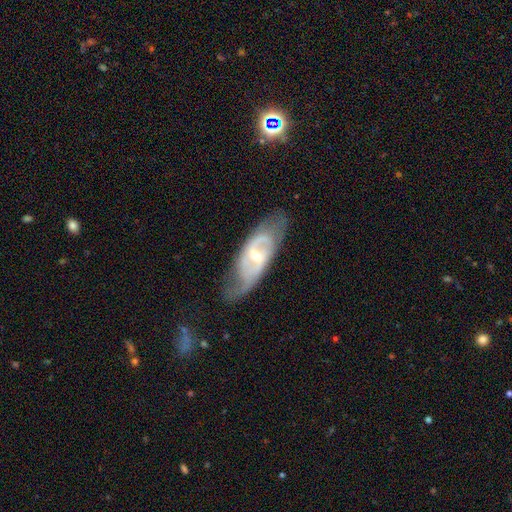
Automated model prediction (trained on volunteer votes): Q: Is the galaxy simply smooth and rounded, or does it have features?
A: featured or disk — 82%.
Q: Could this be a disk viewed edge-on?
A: no — 89%.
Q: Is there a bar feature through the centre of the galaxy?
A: weak — 46%.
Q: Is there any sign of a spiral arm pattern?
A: yes — 87%.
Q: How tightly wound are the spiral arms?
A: medium — 45%.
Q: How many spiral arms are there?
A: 2 — 76%.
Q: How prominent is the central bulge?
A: small — 53%.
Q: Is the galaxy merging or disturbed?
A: none — 67%.